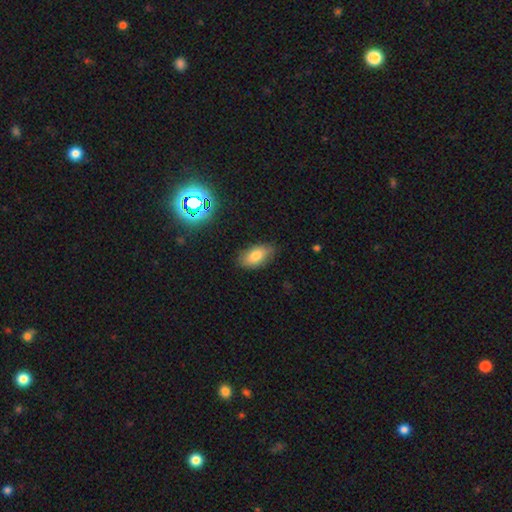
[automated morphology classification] Overall: smooth (78%). How rounded: in between (91%). Merging: none (80%).